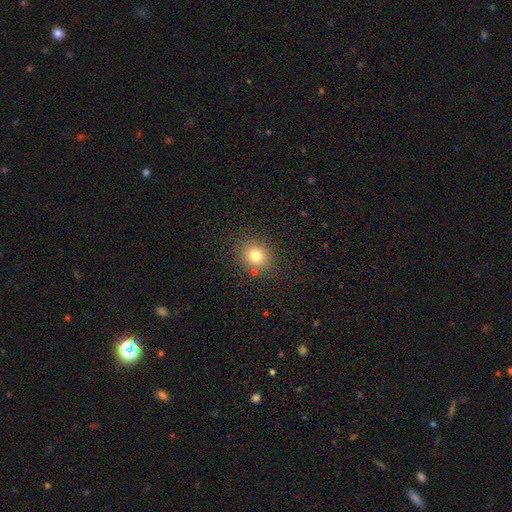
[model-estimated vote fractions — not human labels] smooth_or_featured: smooth (p=0.77) [alt: star or artifact p=0.13]
how_rounded: round (p=0.74) [alt: in between p=0.25]
merging: none (p=0.84) [alt: minor disturbance p=0.09]